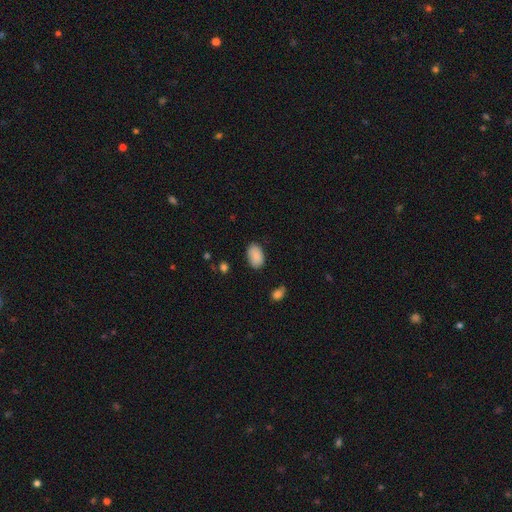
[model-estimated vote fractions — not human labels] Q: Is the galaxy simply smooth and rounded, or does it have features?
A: smooth — 89%.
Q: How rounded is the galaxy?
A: in between — 91%.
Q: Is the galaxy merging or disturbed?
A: none — 81%.